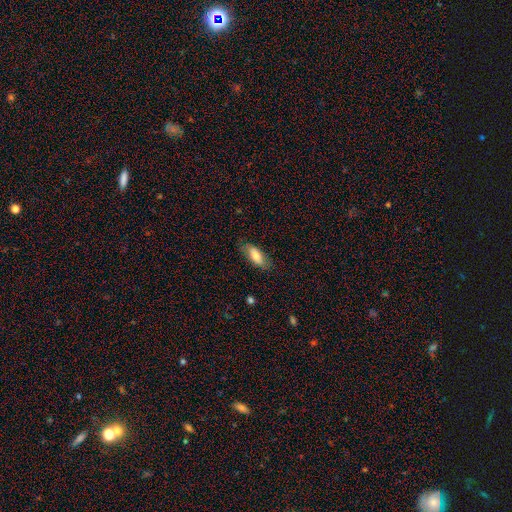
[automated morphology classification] type=smooth (76%); roundness=in between (78%); merging=none (78%).